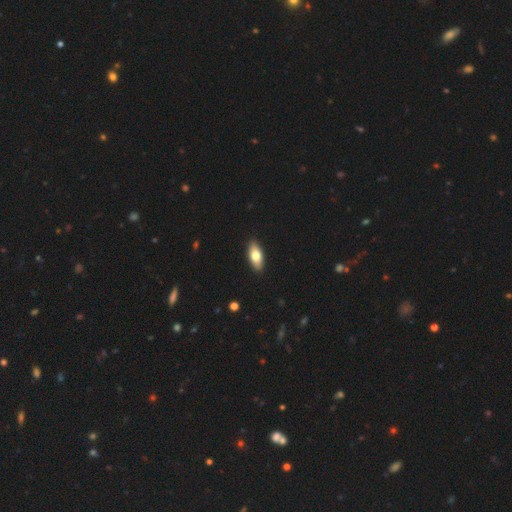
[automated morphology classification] Smooth or featured?
  - smooth: 73% *
  - featured or disk: 21%
  - star or artifact: 6%
How rounded?
  - in between: 82% *
  - cigar-shaped: 15%
  - round: 3%
Merging?
  - none: 90% *
  - minor disturbance: 7%
  - major disturbance: 1%
  - merger: 1%